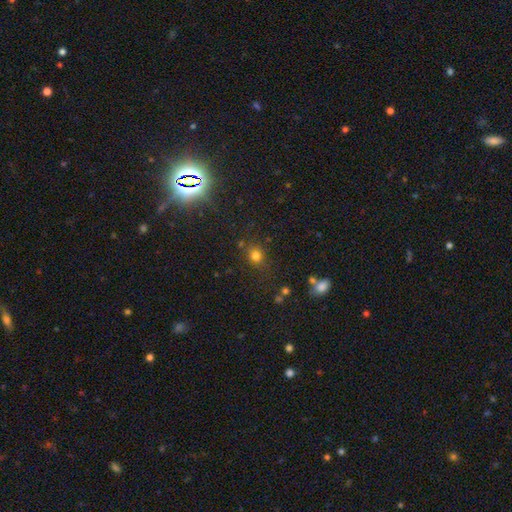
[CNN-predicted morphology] A smooth galaxy with no disk features (74%) that is round (78%). Merging: none (77%).